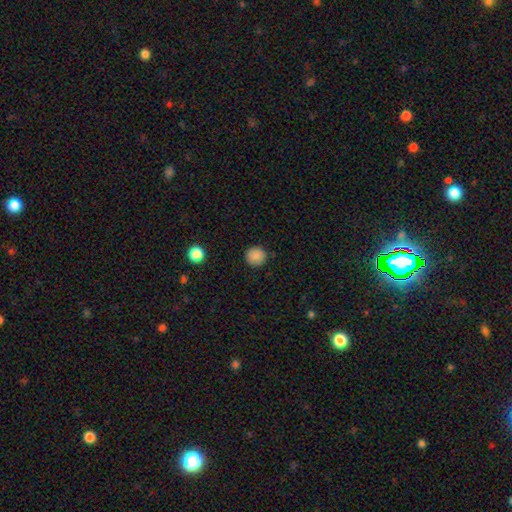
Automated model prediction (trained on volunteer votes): Smooth or featured? smooth (86%)
How rounded? round (94%)
Merging? none (89%)